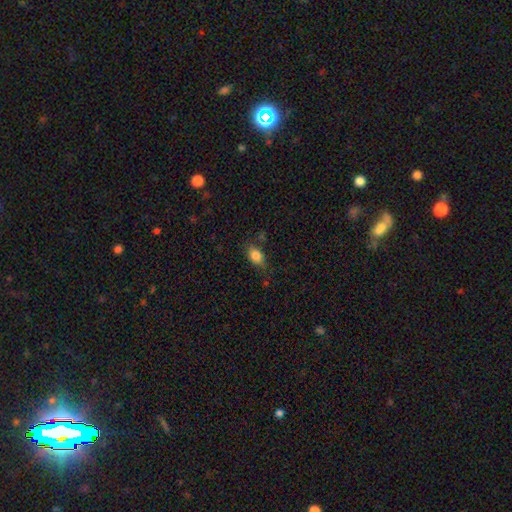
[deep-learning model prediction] A smooth galaxy with no disk features (84%) that is in between round and cigar-shaped (79%).

Vote fractions:
- Smooth or featured? smooth: 84% / star or artifact: 9% / featured or disk: 7%
- How rounded? in between: 79% / round: 18% / cigar-shaped: 3%
- Merging? none: 70% / minor disturbance: 22% / major disturbance: 6% / merger: 3%